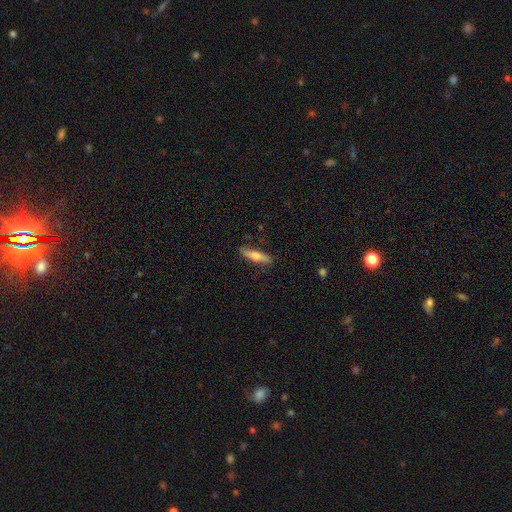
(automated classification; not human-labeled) A smooth galaxy with no disk features (59%) that is cigar-shaped (80%).

Vote fractions:
- Smooth or featured? smooth: 59% / featured or disk: 35% / star or artifact: 6%
- How rounded? cigar-shaped: 80% / in between: 18% / round: 2%
- Merging? none: 86% / minor disturbance: 11% / major disturbance: 2% / merger: 1%